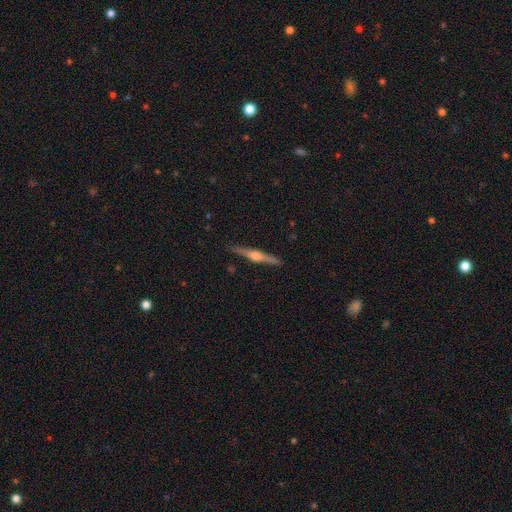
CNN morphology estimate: type=featured or disk (79%); edge-on=yes (98%); edge-on bulge=rounded (92%); merging=none (91%).